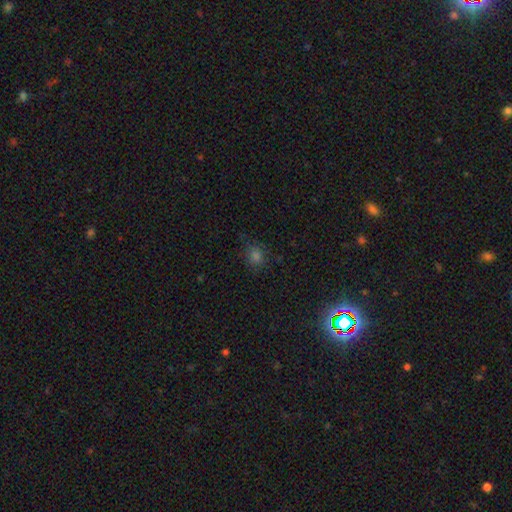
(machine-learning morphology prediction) Smooth or featured? Predicted: smooth (p=0.66). How rounded? Predicted: round (p=0.73). Merging? Predicted: none (p=0.82).